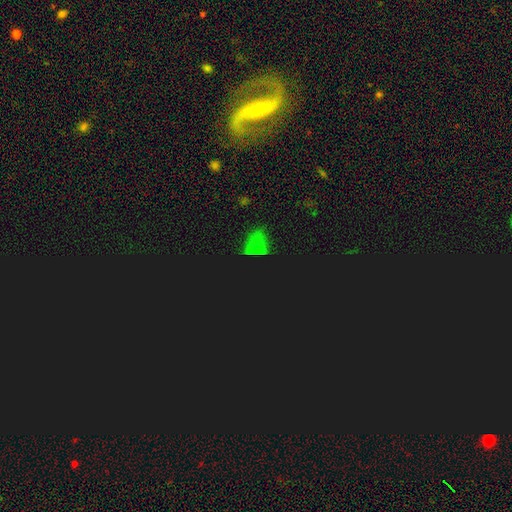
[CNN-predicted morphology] Smooth or featured? Predicted: star or artifact (p=0.69).